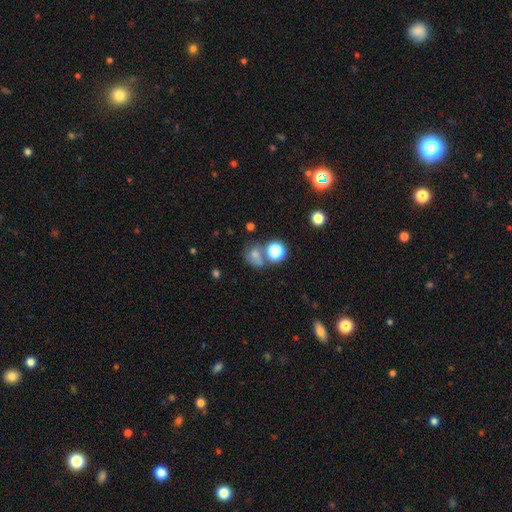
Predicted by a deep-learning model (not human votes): The model was most divided on "merging": none: 44%, merger: 29%, minor disturbance: 15%, major disturbance: 11%. More confident: how rounded — round (63%); smooth or featured — smooth (63%).